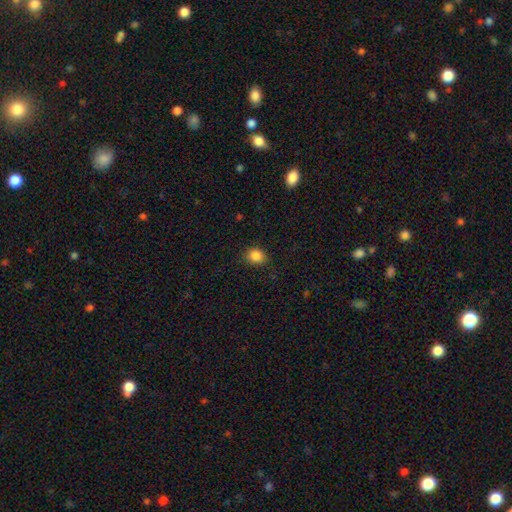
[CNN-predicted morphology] Smooth or featured: smooth — 86% (star or artifact — 10%)
How rounded: round — 65% (in between — 34%)
Merging: none — 83% (minor disturbance — 13%)